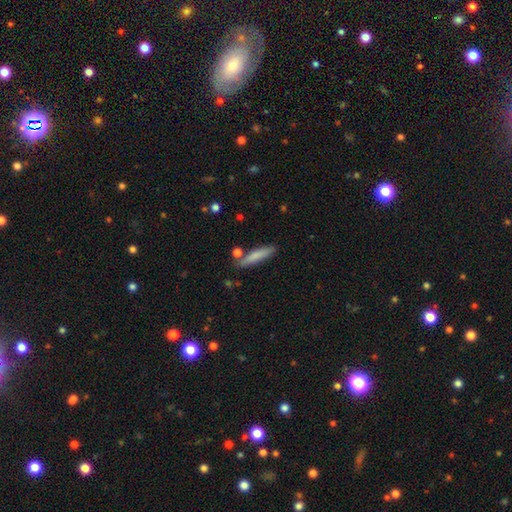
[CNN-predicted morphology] smooth_or_featured: smooth (p=0.77) [alt: featured or disk p=0.17]
how_rounded: cigar-shaped (p=0.86) [alt: in between p=0.12]
merging: none (p=0.79) [alt: minor disturbance p=0.13]